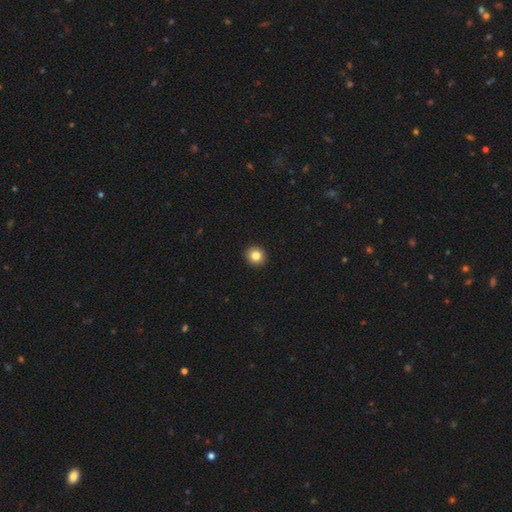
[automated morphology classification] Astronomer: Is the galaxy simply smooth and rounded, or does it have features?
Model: smooth — 83%.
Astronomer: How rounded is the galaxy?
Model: round — 92%.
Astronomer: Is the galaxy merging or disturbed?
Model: none — 94%.